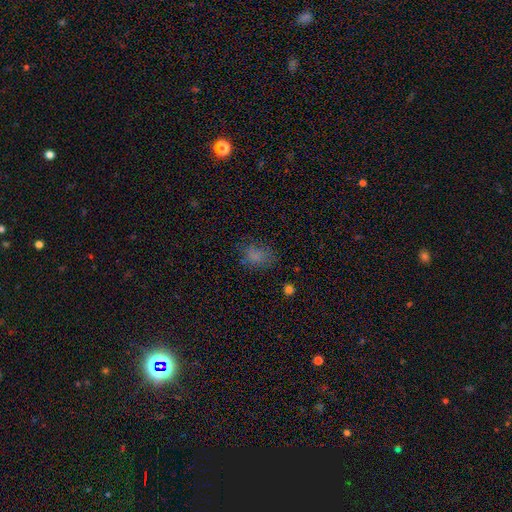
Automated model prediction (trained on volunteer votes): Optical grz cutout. It shows a smooth galaxy with no disk features (72%) that is in between round and cigar-shaped (69%). Merging: none (64%).